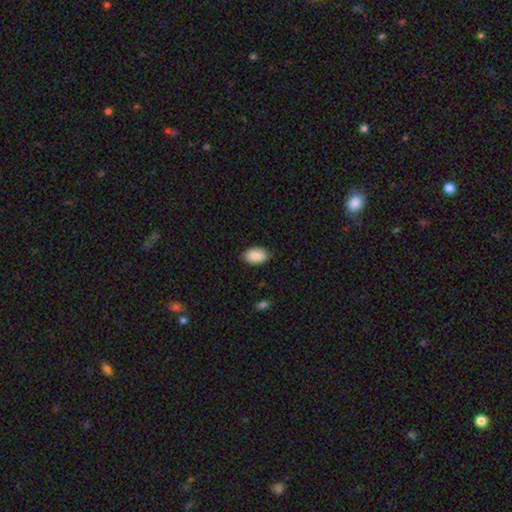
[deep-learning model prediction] Smooth or featured?
  - smooth: 87% *
  - featured or disk: 7%
  - star or artifact: 6%
How rounded?
  - in between: 91% *
  - round: 7%
  - cigar-shaped: 1%
Merging?
  - none: 84% *
  - minor disturbance: 13%
  - major disturbance: 2%
  - merger: 1%